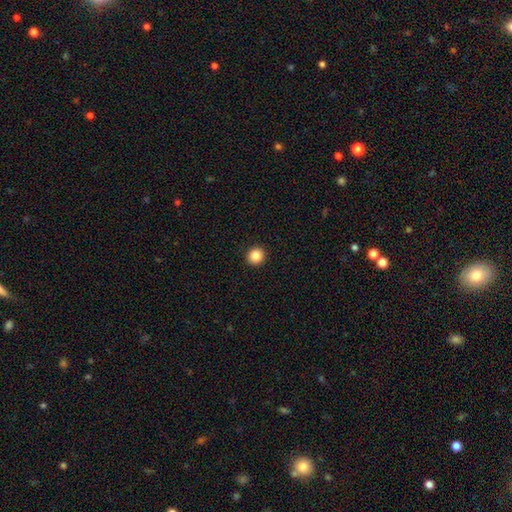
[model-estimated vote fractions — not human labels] This appears to be a smooth galaxy with no disk features (85%) that is round (93%). Merging: none (94%).